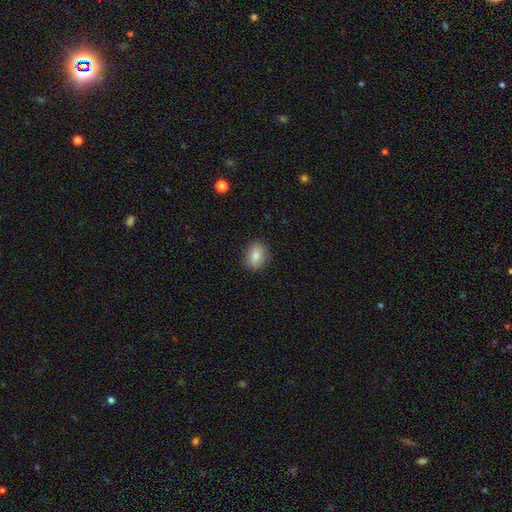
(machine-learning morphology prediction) Smooth or featured? smooth (82%)
How rounded? in between (66%)
Merging? none (87%)